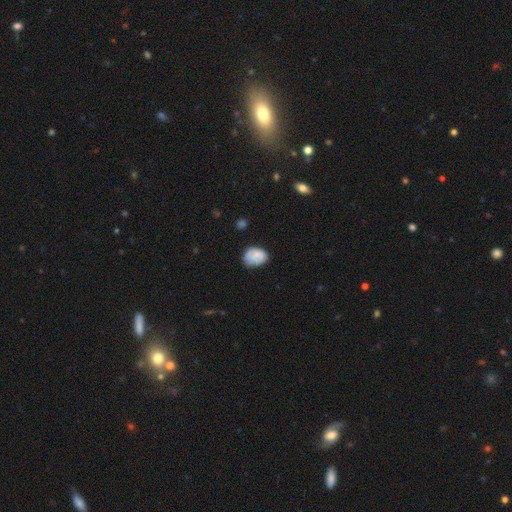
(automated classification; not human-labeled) Overall: smooth (79%). How rounded: in between (70%). Merging: none (65%; minor disturbance 27%).